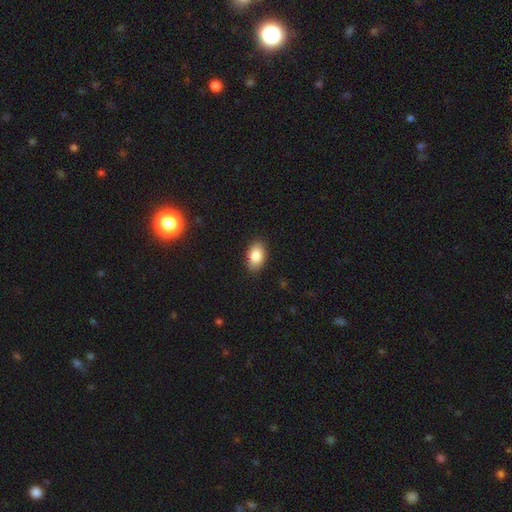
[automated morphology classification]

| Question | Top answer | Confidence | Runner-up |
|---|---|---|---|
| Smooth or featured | smooth | 86% | star or artifact (7%) |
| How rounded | in between | 90% | round (8%) |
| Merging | none | 88% | minor disturbance (9%) |